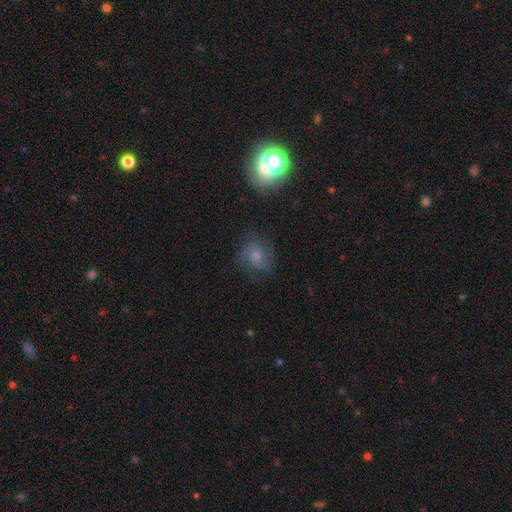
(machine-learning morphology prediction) Smooth or featured?
  - featured or disk: 61% *
  - smooth: 19%
  - star or artifact: 19%
Edge-on disk?
  - no: 97% *
  - yes: 3%
Bar?
  - no: 64% *
  - weak: 31%
  - strong: 5%
Spiral arms?
  - yes: 93% *
  - no: 7%
Spiral winding?
  - medium: 48% *
  - tight: 37%
  - loose: 14%
Spiral arm count?
  - 2: 41% *
  - can't tell: 22%
  - 3: 22%
  - 4: 5%
  - 1: 4%
  - more than 4: 4%
Bulge size?
  - moderate: 51% *
  - small: 35%
  - large: 7%
  - none: 5%
  - dominant: 2%
Merging?
  - none: 76% *
  - minor disturbance: 15%
  - major disturbance: 8%
  - merger: 2%